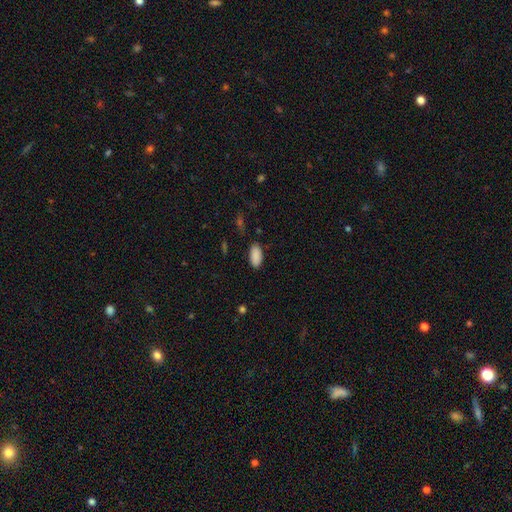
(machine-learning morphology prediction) Smooth or featured: smooth — 89% (star or artifact — 7%)
How rounded: in between — 93% (cigar-shaped — 5%)
Merging: none — 85% (minor disturbance — 11%)